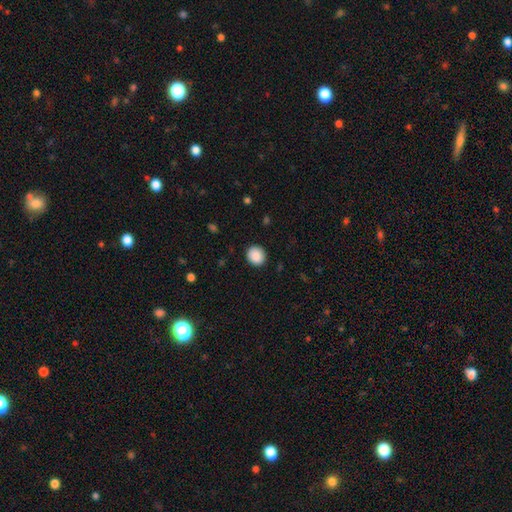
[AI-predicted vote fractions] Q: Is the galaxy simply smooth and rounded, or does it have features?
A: smooth — 89%.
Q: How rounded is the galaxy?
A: round — 84%.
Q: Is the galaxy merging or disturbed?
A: none — 90%.